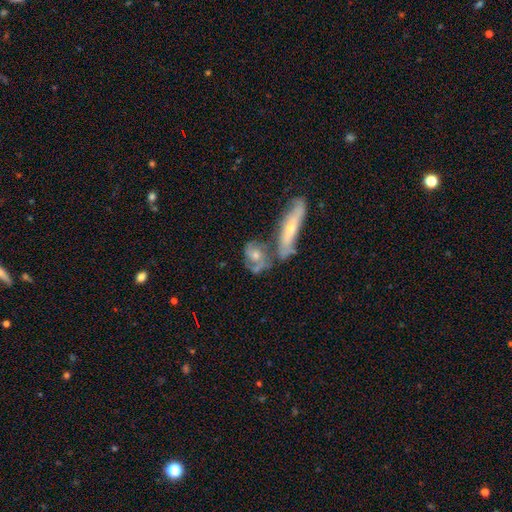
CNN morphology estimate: A featured or disk galaxy (61%) with no bar (73%), spiral arms (72%) and a moderate central bulge (57%). Merging: merger (38%).